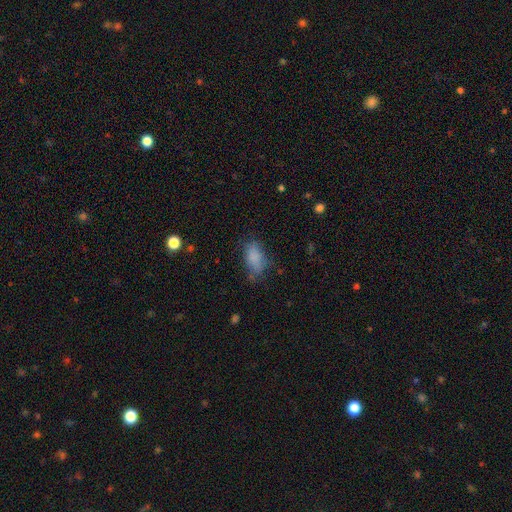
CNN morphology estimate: The model was most divided on "merging": none: 58%, minor disturbance: 27%, major disturbance: 13%, merger: 3%. More confident: how rounded — in between (88%); smooth or featured — smooth (78%).